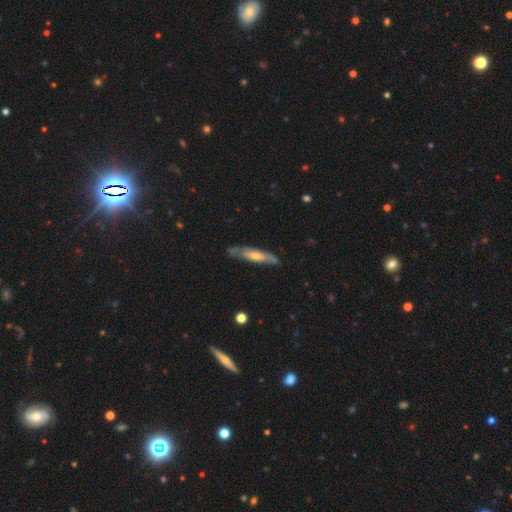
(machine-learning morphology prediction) Smooth or featured?
  - featured or disk: 58% *
  - smooth: 35%
  - star or artifact: 6%
Edge-on disk?
  - yes: 60% *
  - no: 40%
Merging?
  - none: 72% *
  - minor disturbance: 21%
  - major disturbance: 5%
  - merger: 2%